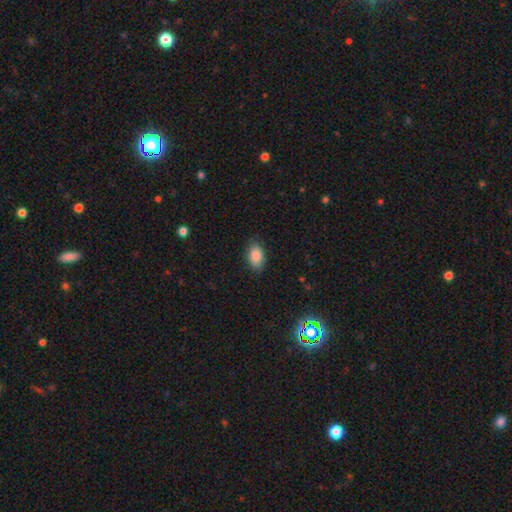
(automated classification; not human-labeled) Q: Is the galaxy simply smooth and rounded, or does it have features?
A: smooth — 85%.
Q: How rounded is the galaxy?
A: in between — 91%.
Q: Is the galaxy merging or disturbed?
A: none — 83%.